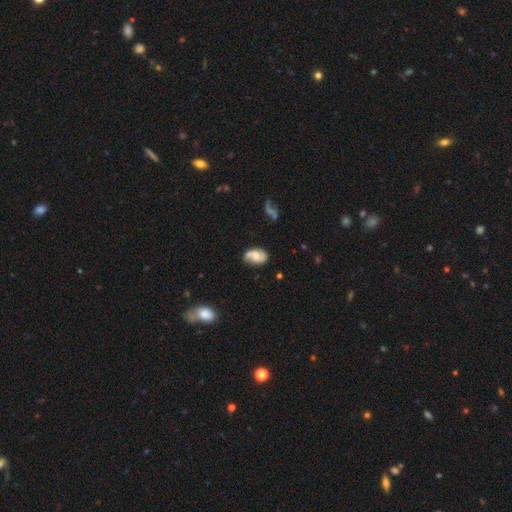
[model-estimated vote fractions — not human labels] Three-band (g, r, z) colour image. It shows a smooth galaxy with no disk features (48%). Merging: none (56%).